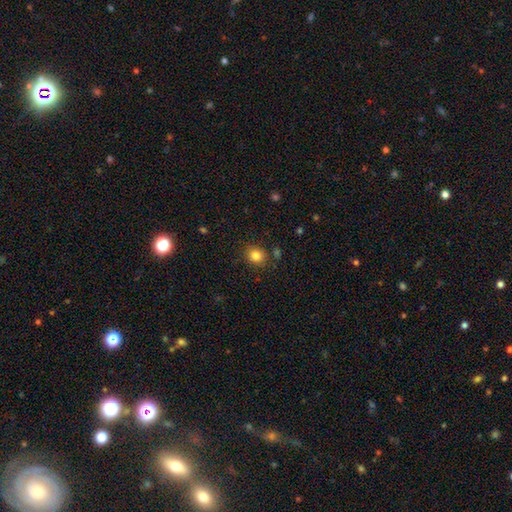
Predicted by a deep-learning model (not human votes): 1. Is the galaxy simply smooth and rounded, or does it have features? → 83% smooth, 11% star or artifact, 6% featured or disk.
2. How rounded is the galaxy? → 78% round, 21% in between, 1% cigar-shaped.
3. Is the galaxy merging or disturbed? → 84% none, 10% minor disturbance, 3% merger, 3% major disturbance.